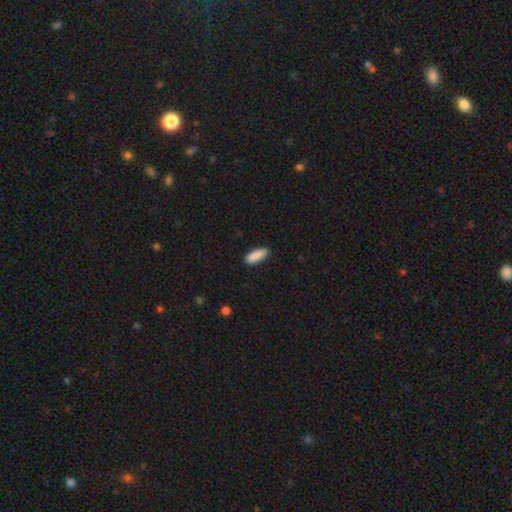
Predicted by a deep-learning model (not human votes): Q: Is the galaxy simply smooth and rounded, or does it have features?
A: smooth — 90%.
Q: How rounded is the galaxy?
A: in between — 66%.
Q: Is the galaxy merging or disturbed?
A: none — 85%.